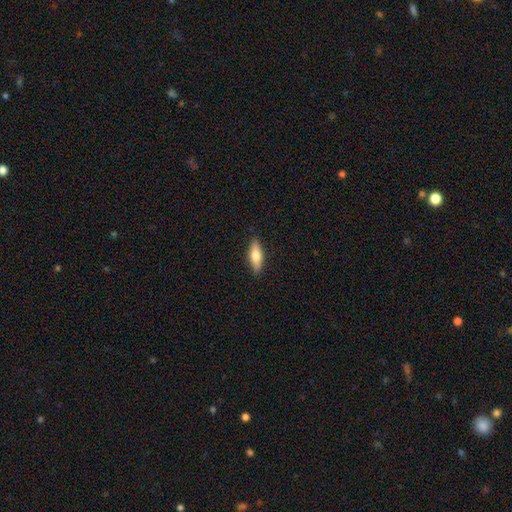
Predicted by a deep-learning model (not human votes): A smooth galaxy with no disk features (66%) that is in between round and cigar-shaped (51%). Merging: none (89%).